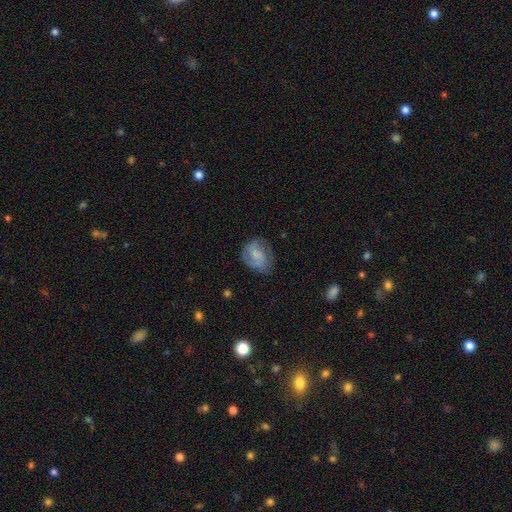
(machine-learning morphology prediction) Overall: featured or disk (57%; smooth 35%). Edge-on disk: no (97%). Bar: no (47%; weak 43%). Spiral arms: yes (85%). Bulge size: none (34%; small 33%). Merging: none (65%).